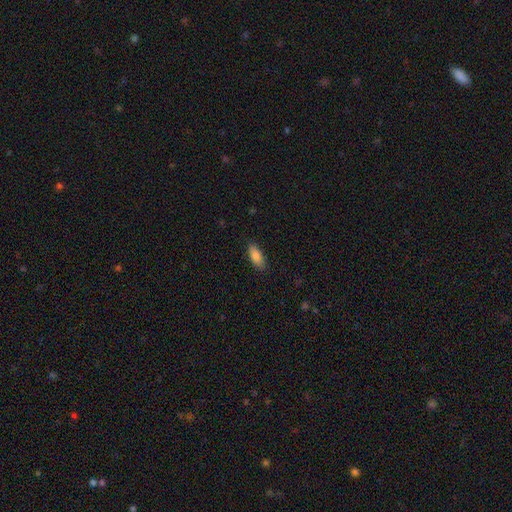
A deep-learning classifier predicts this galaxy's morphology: A smooth galaxy with no disk features (85%) that is in between round and cigar-shaped (82%).

Vote fractions:
- Smooth or featured? smooth: 85% / featured or disk: 8% / star or artifact: 7%
- How rounded? in between: 82% / cigar-shaped: 16% / round: 2%
- Merging? none: 85% / minor disturbance: 12% / major disturbance: 2% / merger: 1%